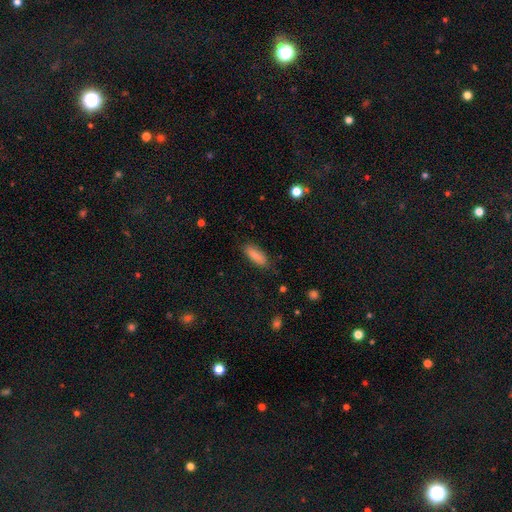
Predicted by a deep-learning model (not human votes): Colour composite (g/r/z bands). It shows a smooth galaxy with no disk features (85%) that is in between round and cigar-shaped (68%). Merging: none (84%).